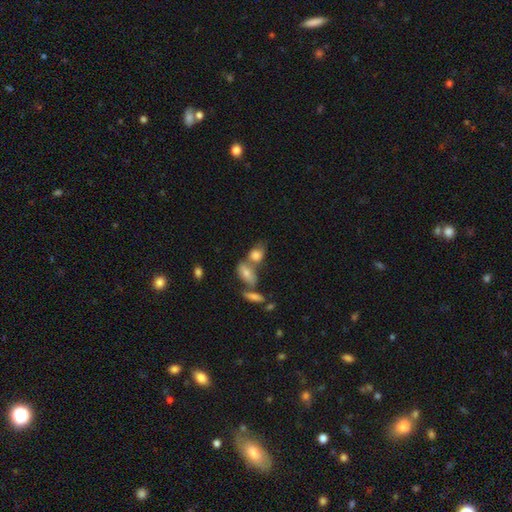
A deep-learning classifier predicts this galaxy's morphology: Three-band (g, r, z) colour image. It shows a smooth galaxy with no disk features (74%) that is in between round and cigar-shaped (70%). Merging: merger (50%).